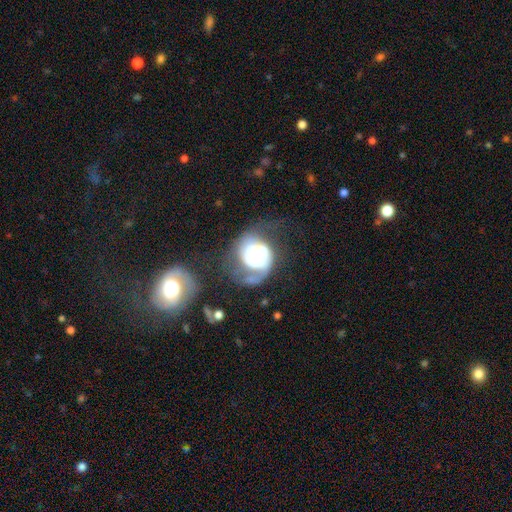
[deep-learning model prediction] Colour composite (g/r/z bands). It shows a featured or disk galaxy (65%) with no bar (75%), spiral arms (77%) and a large central bulge (39%). Merging: major disturbance (44%).